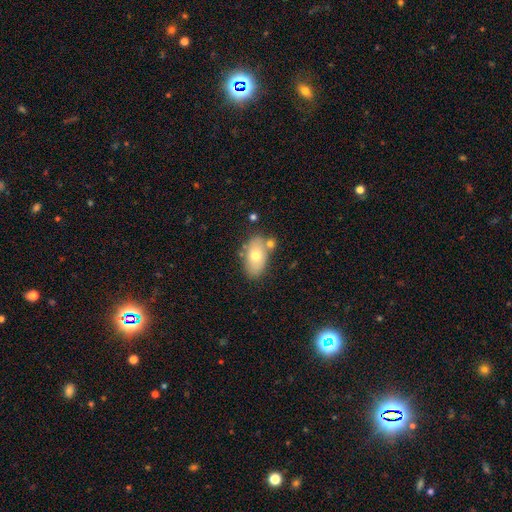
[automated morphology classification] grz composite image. It shows a smooth galaxy with no disk features (68%) that is in between round and cigar-shaped (90%). Merging: none (70%).